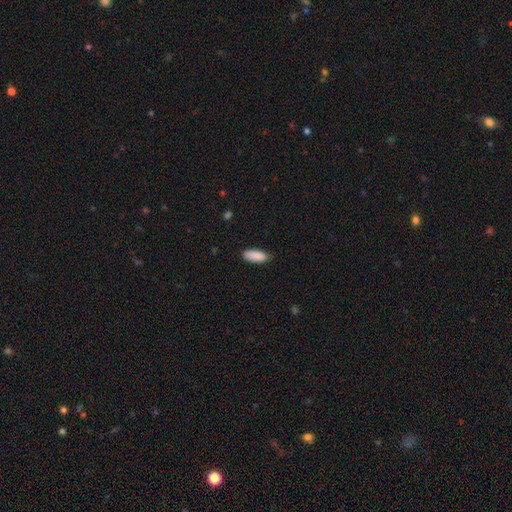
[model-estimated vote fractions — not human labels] Q: Smooth or featured?
A: smooth (90%); runner-up: star or artifact (6%)
Q: How rounded?
A: in between (74%); runner-up: cigar-shaped (24%)
Q: Merging?
A: none (80%); runner-up: minor disturbance (17%)